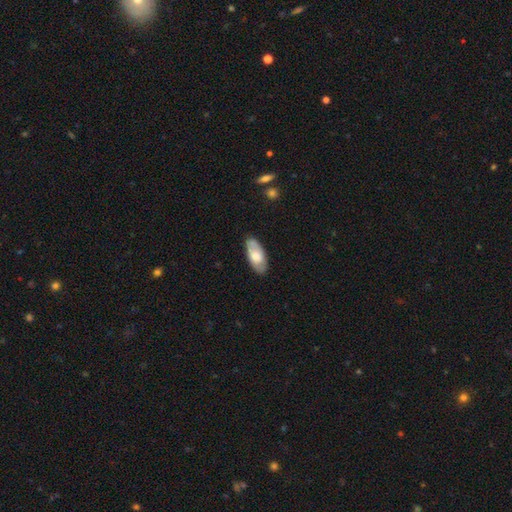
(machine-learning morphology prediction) type=smooth (62%); roundness=in between (89%); merging=none (80%).